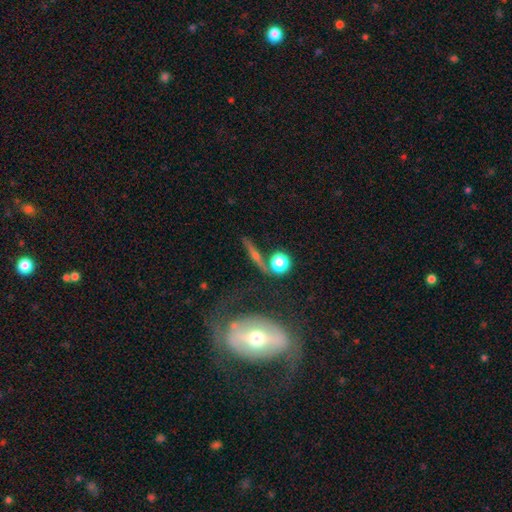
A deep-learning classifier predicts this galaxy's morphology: This is possibly a featured or disk galaxy (58%). It is likely not viewed edge-on (69%). Merging: possibly none (55%).